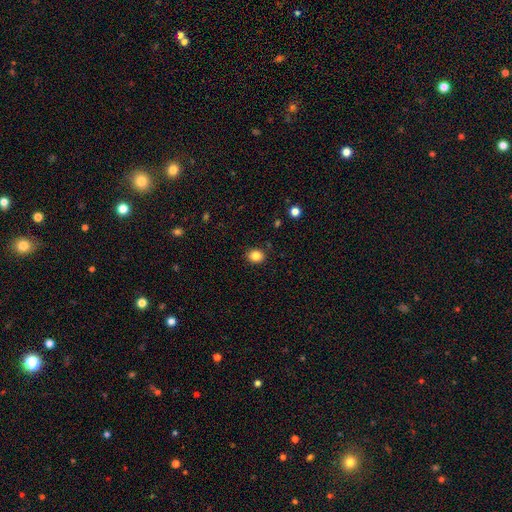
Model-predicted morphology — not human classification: This is clearly a smooth galaxy (84%). How rounded: likely round (65%). Merging: clearly none (89%).